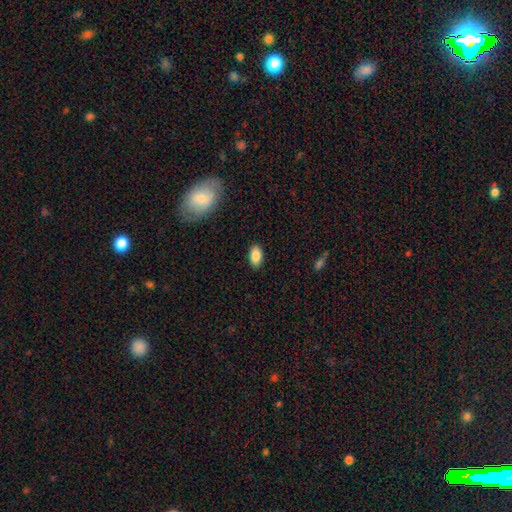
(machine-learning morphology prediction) Smooth or featured? smooth (86%)
How rounded? in between (93%)
Merging? none (88%)